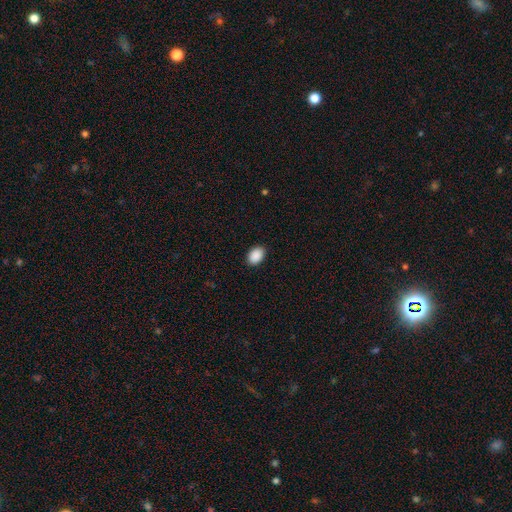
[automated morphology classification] Smooth or featured?
  - smooth: 90% *
  - star or artifact: 7%
  - featured or disk: 2%
How rounded?
  - in between: 80% *
  - round: 19%
  - cigar-shaped: 1%
Merging?
  - none: 90% *
  - minor disturbance: 7%
  - major disturbance: 2%
  - merger: 1%